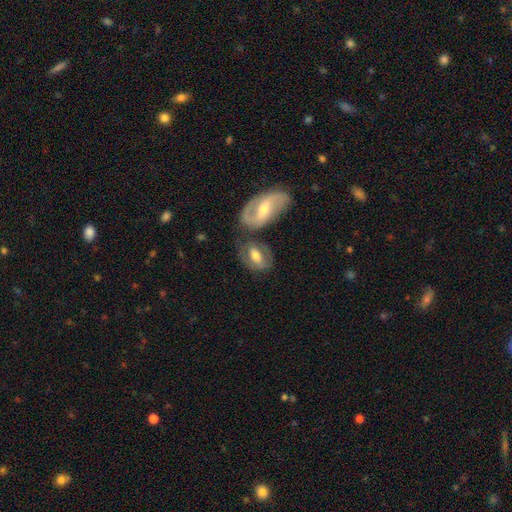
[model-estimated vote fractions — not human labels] Morphology: type=featured or disk (47%, tied with smooth); merging=none (49%).